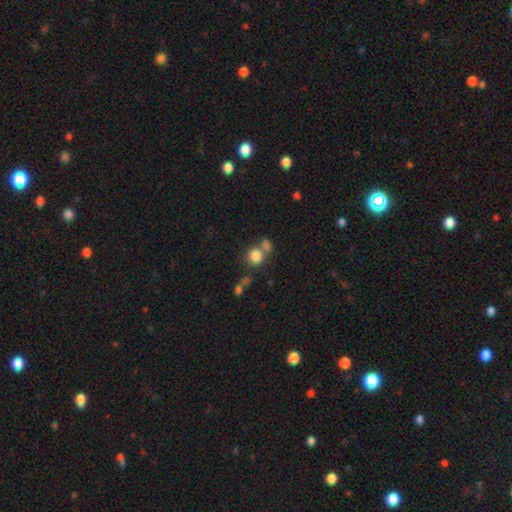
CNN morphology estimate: smooth_or_featured: smooth (p=0.81) [alt: star or artifact p=0.11]
how_rounded: round (p=0.82) [alt: in between p=0.16]
merging: none (p=0.49) [alt: merger p=0.37]